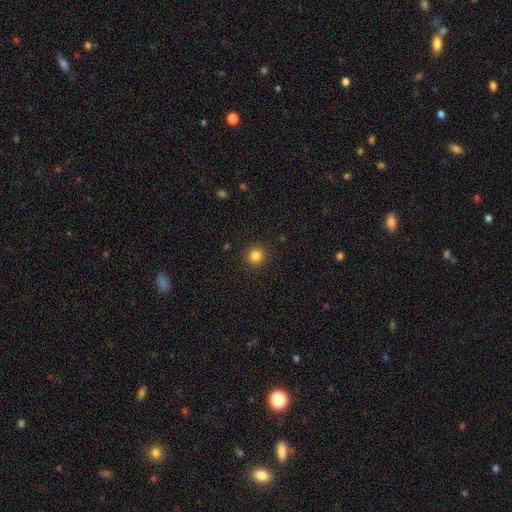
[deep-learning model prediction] Smooth or featured? Predicted: smooth (p=0.83). How rounded? Predicted: round (p=0.94). Merging? Predicted: none (p=0.92).